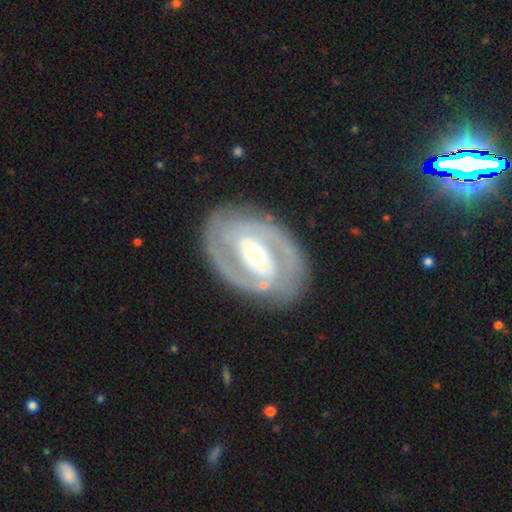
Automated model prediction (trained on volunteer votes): A featured or disk galaxy (86%) with a weak bar (36%, tied with strong), 2 (74%) tight (61%) spiral arms (87%) and a moderate central bulge (59%). Merging: none (81%).